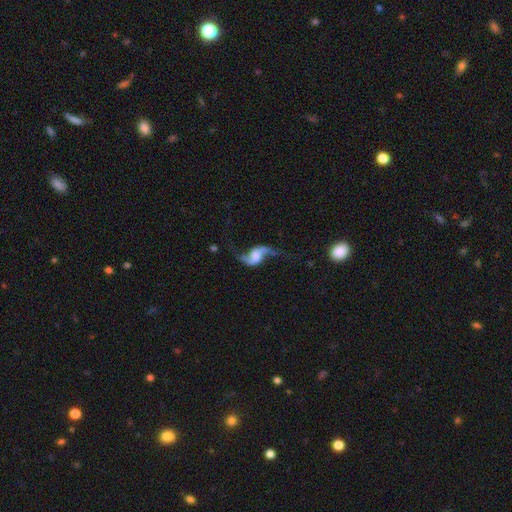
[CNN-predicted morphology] The model was most divided on "bar": no: 45%, weak: 38%, strong: 17%. Remaining: spiral arms — yes (96%); edge-on disk — no (96%); spiral arm count — 2 (94%); spiral winding — loose (88%); smooth or featured — featured or disk (87%); merging — none (69%); bulge size — moderate (32%).